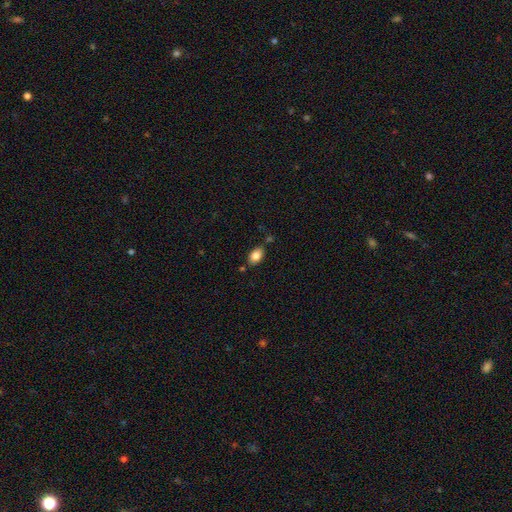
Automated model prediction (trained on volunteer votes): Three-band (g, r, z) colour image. It shows a smooth galaxy with no disk features (84%) that is in between round and cigar-shaped (88%). Merging: none (77%).